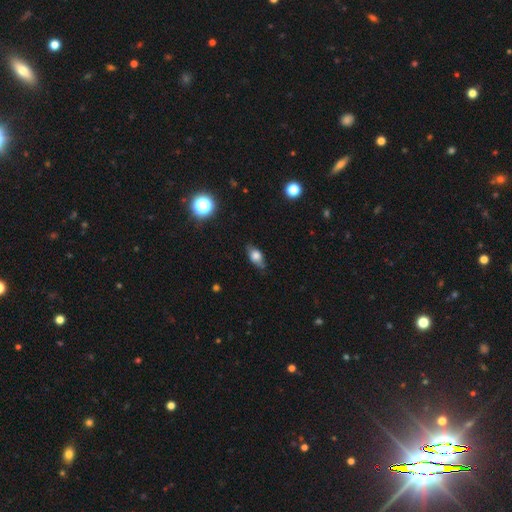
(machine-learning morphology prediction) Q: Smooth or featured?
A: smooth (70%); runner-up: featured or disk (20%)
Q: How rounded?
A: in between (82%); runner-up: round (11%)
Q: Merging?
A: none (72%); runner-up: minor disturbance (23%)